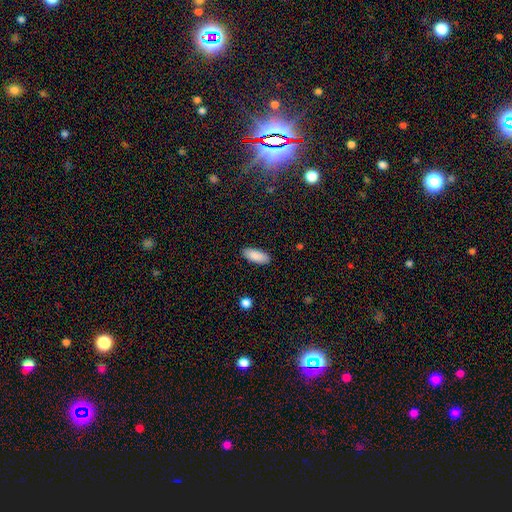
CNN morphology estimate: smooth 89%, star or artifact 6%, featured or disk 5%. Down the decision tree: how rounded — in between (84%); merging — none (89%).